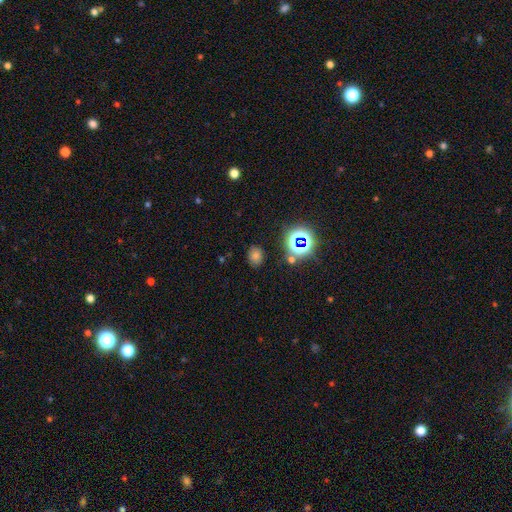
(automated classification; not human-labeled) This is possibly a smooth galaxy (57%). How rounded: possibly round (51%). Merging: clearly none (85%).